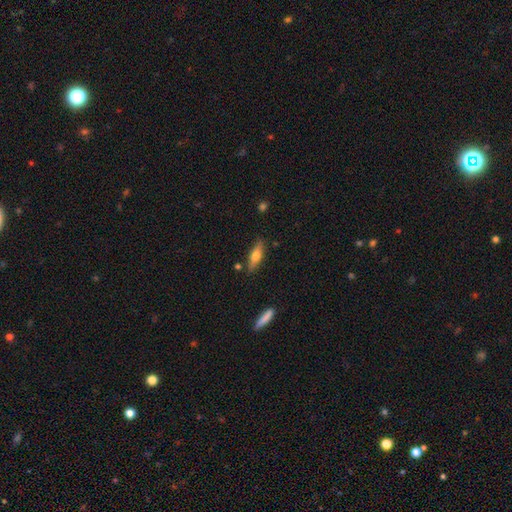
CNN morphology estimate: smooth-or-featured: smooth: 51% | featured or disk: 42% | star or artifact: 7%
  how-rounded: cigar-shaped: 61% | in between: 36% | round: 3%
  merging: none: 84% | minor disturbance: 11% | merger: 3% | major disturbance: 2%